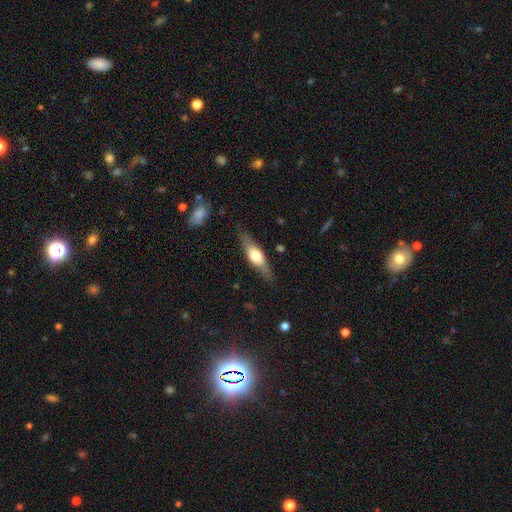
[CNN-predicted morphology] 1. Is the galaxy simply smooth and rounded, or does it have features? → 54% featured or disk, 40% smooth, 6% star or artifact.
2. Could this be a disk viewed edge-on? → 90% yes, 10% no.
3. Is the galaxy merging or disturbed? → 82% none, 13% minor disturbance, 3% major disturbance, 2% merger.